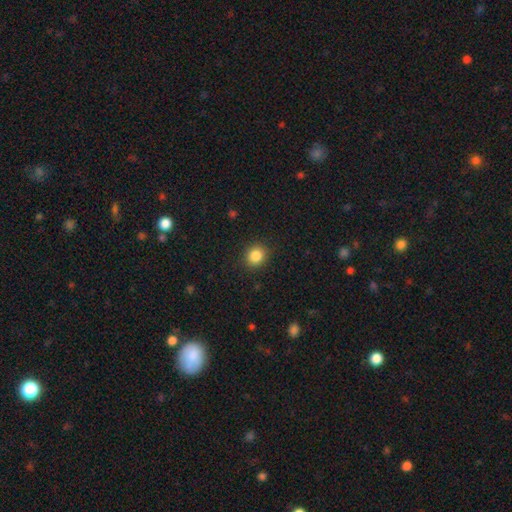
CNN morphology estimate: Smooth or featured?
  - smooth: 85% *
  - star or artifact: 11%
  - featured or disk: 4%
How rounded?
  - round: 80% *
  - in between: 19%
  - cigar-shaped: 1%
Merging?
  - none: 90% *
  - minor disturbance: 7%
  - major disturbance: 2%
  - merger: 1%